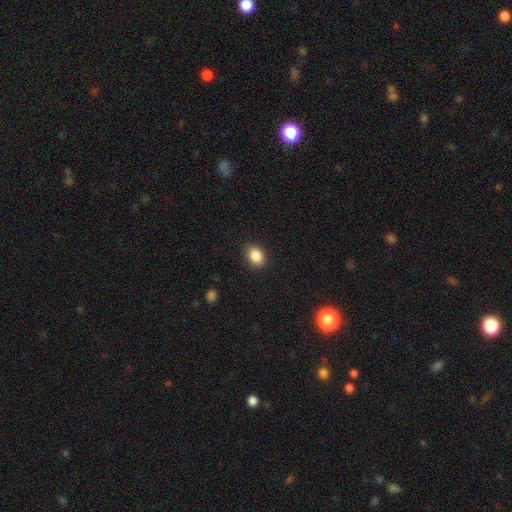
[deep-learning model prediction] Morphology: type=smooth (88%); roundness=in between (74%); merging=none (88%).